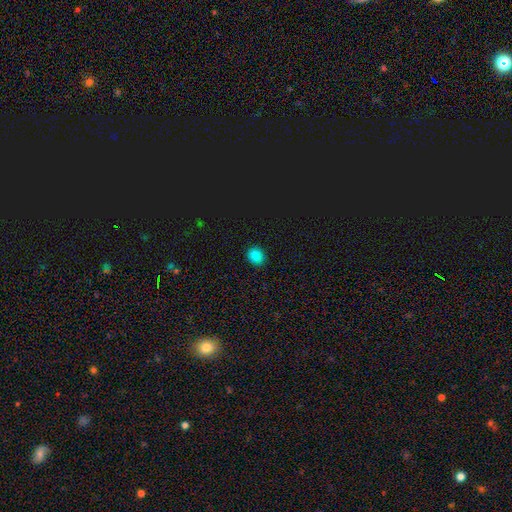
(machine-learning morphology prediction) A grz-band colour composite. It shows a smooth galaxy with no disk features (82%) that is round (54%). Merging: none (89%).